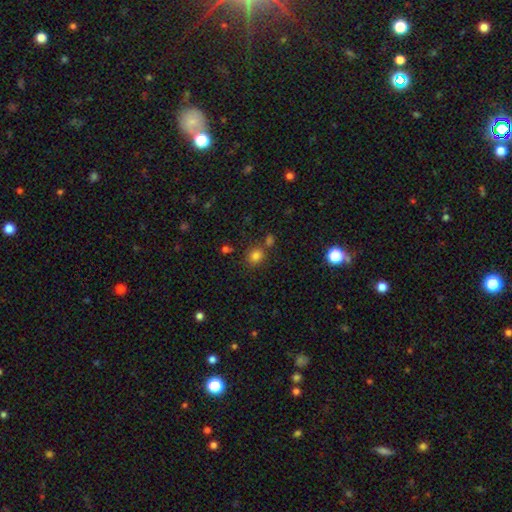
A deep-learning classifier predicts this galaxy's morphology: type=smooth (78%); roundness=round (72%); merging=none (69%).